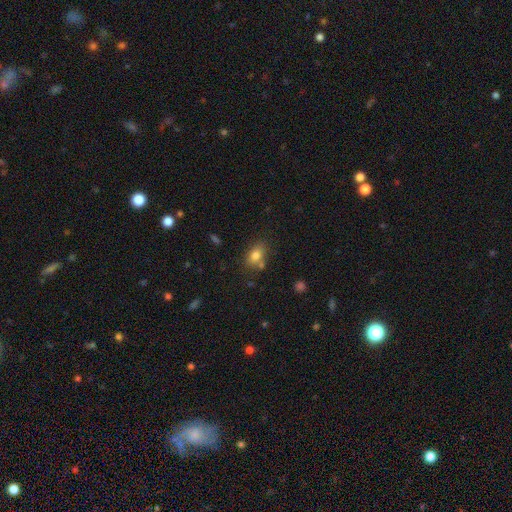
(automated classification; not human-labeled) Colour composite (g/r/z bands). It shows a smooth galaxy with no disk features (79%) that is in between round and cigar-shaped (79%). Merging: none (65%).